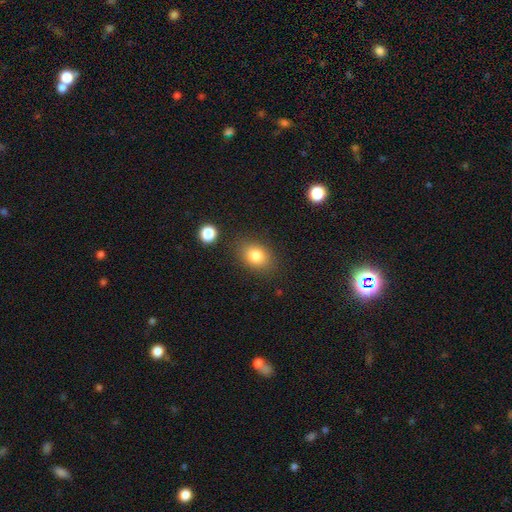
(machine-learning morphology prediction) smooth_or_featured: smooth (p=0.82) [alt: star or artifact p=0.10]
how_rounded: in between (p=0.66) [alt: round p=0.33]
merging: none (p=0.80) [alt: minor disturbance p=0.12]